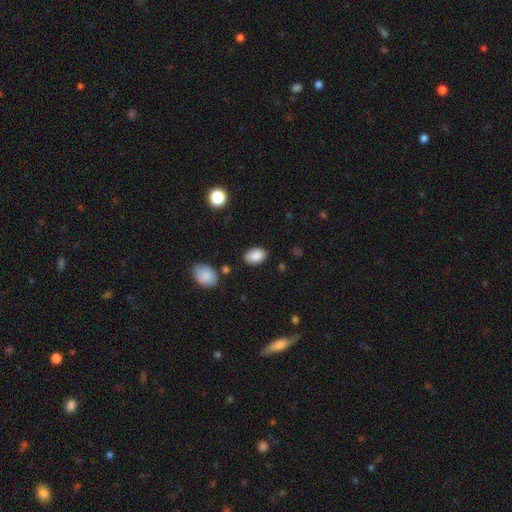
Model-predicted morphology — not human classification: Q: Smooth or featured?
A: smooth (87%); runner-up: star or artifact (8%)
Q: How rounded?
A: in between (87%); runner-up: round (12%)
Q: Merging?
A: none (84%); runner-up: minor disturbance (11%)